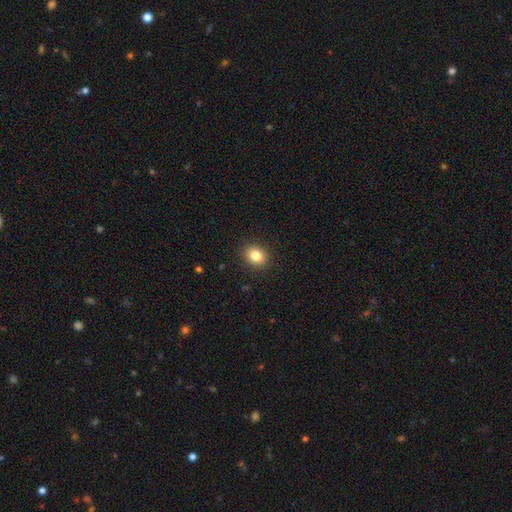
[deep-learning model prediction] This appears to be a smooth galaxy with no disk features (84%) that is round (58%). Merging: none (91%).